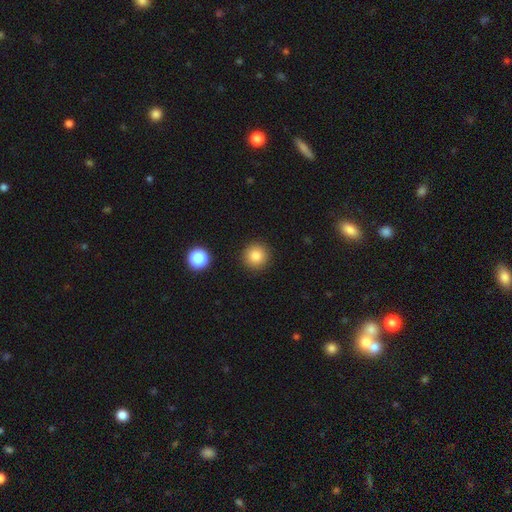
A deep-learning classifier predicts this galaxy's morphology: Overall: smooth (83%). How rounded: round (95%). Merging: none (90%).